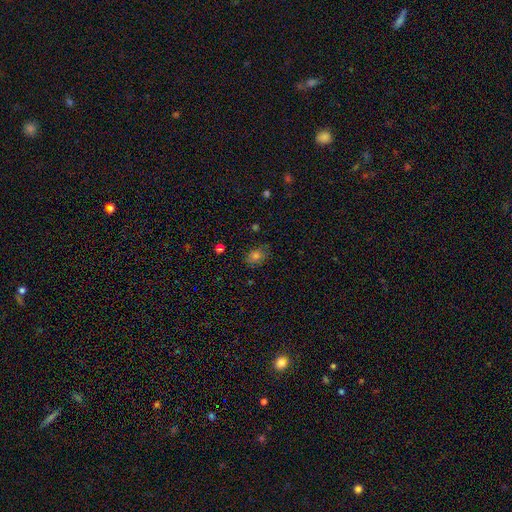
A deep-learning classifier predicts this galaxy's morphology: Smooth or featured?
  - smooth: 70% *
  - star or artifact: 19%
  - featured or disk: 12%
How rounded?
  - in between: 68% *
  - round: 30%
  - cigar-shaped: 2%
Merging?
  - none: 76% *
  - minor disturbance: 18%
  - major disturbance: 4%
  - merger: 2%